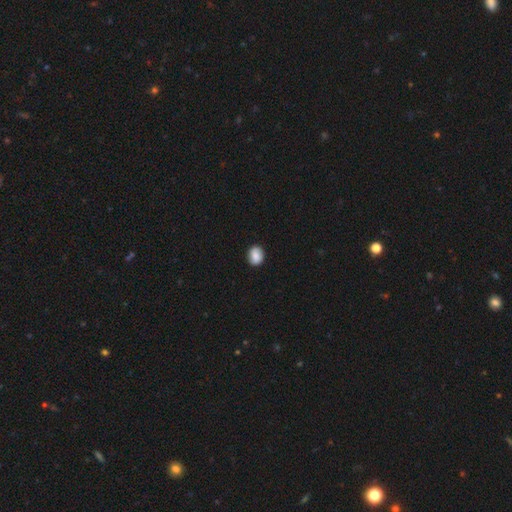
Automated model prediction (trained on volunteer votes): Smooth or featured? smooth (85%)
How rounded? in between (50%)
Merging? none (87%)